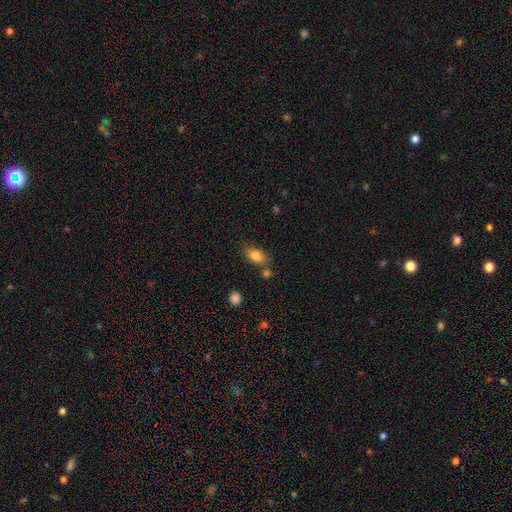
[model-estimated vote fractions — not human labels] smooth 84%, star or artifact 9%, featured or disk 7%. Down the decision tree: how rounded — in between (88%); merging — none (69%).